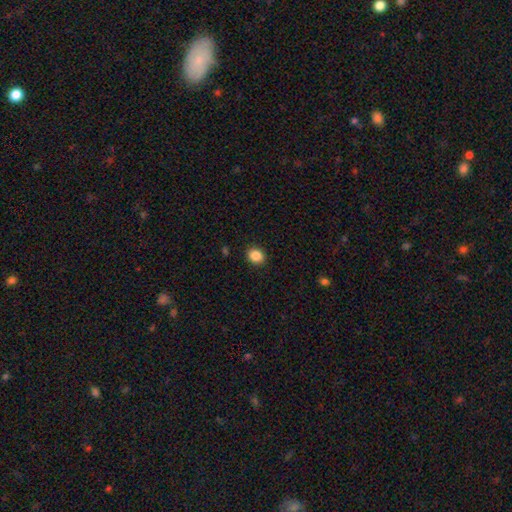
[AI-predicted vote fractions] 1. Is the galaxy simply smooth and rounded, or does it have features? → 87% smooth, 10% star or artifact, 4% featured or disk.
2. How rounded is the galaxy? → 69% round, 30% in between, 1% cigar-shaped.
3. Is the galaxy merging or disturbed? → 91% none, 6% minor disturbance, 2% major disturbance, 1% merger.